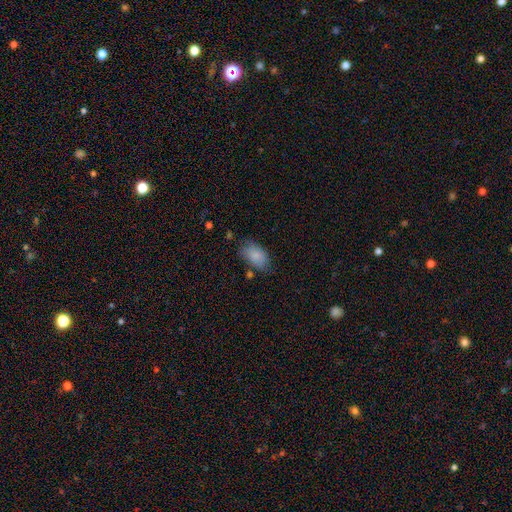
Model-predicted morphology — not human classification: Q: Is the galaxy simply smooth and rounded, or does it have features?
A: smooth — 84%.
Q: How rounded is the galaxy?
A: in between — 92%.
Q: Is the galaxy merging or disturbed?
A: none — 61%.